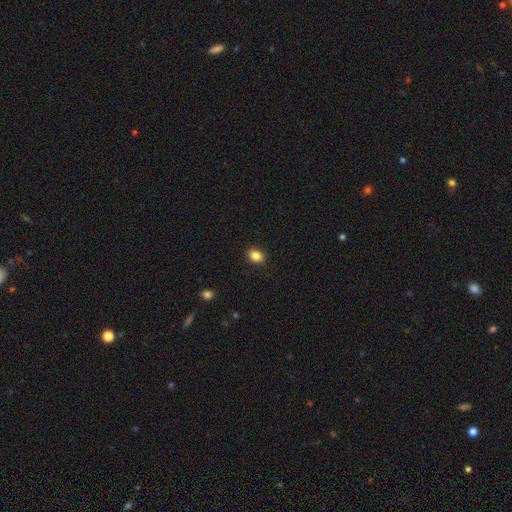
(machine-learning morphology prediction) smooth-or-featured: smooth: 85% | star or artifact: 10% | featured or disk: 5%
  how-rounded: in between: 53% | round: 46% | cigar-shaped: 1%
  merging: none: 90% | minor disturbance: 7% | major disturbance: 2% | merger: 1%